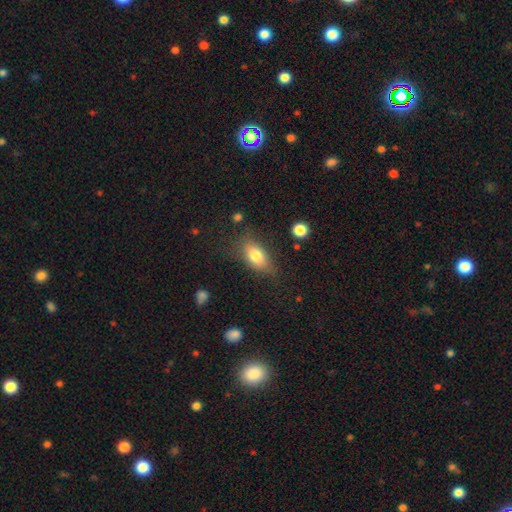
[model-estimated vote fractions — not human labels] Smooth or featured: smooth — 76% (featured or disk — 16%)
How rounded: in between — 84% (round — 8%)
Merging: none — 69% (minor disturbance — 21%)